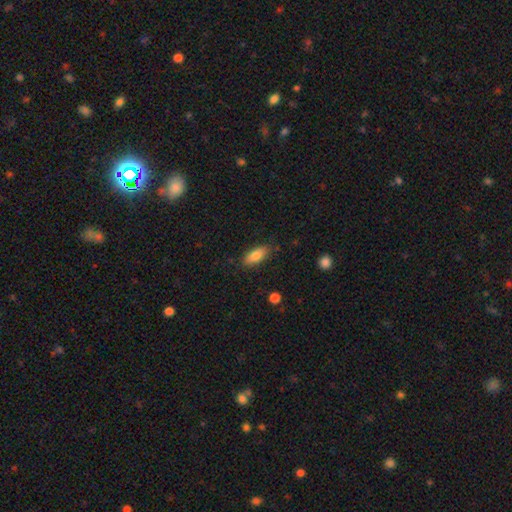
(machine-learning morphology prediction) A smooth galaxy with no disk features (80%) that is in between round and cigar-shaped (79%).

Vote fractions:
- Smooth or featured? smooth: 80% / featured or disk: 13% / star or artifact: 7%
- How rounded? in between: 79% / cigar-shaped: 18% / round: 3%
- Merging? none: 83% / minor disturbance: 13% / major disturbance: 3% / merger: 1%